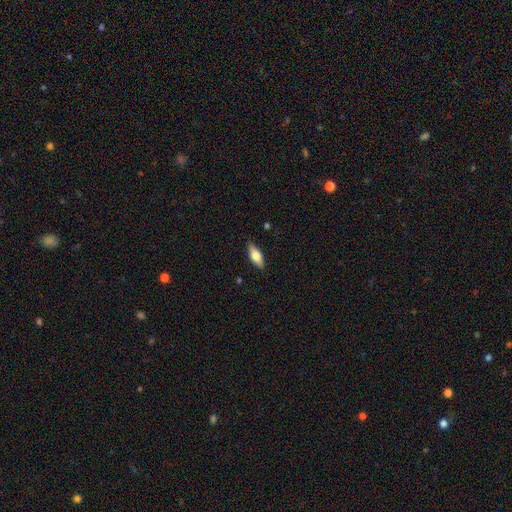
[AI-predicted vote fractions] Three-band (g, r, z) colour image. It shows a smooth galaxy with no disk features (56%) that is in between round and cigar-shaped (64%). Merging: none (87%).